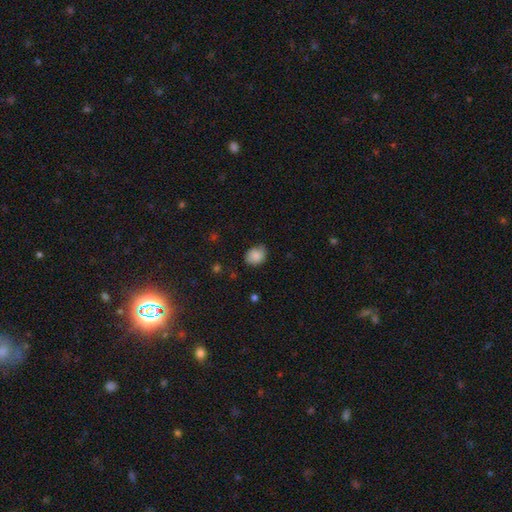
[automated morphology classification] Smooth or featured? smooth (83%)
How rounded? round (55%)
Merging? none (61%)